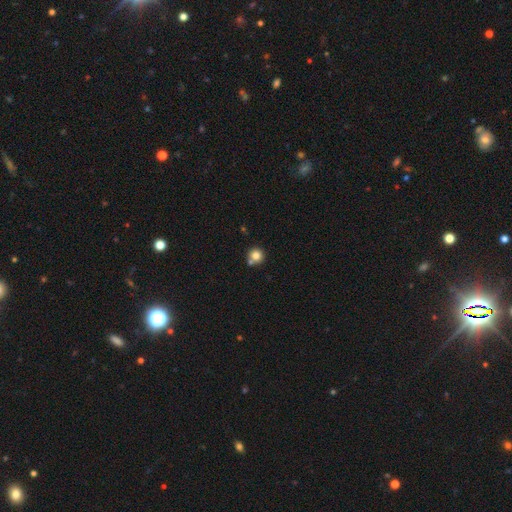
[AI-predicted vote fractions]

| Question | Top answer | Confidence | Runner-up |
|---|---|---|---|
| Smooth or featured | smooth | 81% | star or artifact (11%) |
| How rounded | round | 93% | in between (6%) |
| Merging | none | 67% | merger (21%) |